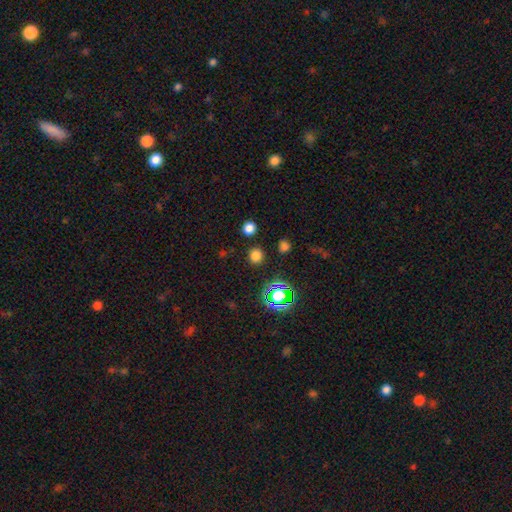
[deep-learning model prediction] Smooth or featured?
  - smooth: 74% *
  - star or artifact: 21%
  - featured or disk: 5%
How rounded?
  - round: 85% *
  - in between: 14%
  - cigar-shaped: 1%
Merging?
  - none: 87% *
  - minor disturbance: 6%
  - merger: 3%
  - major disturbance: 3%